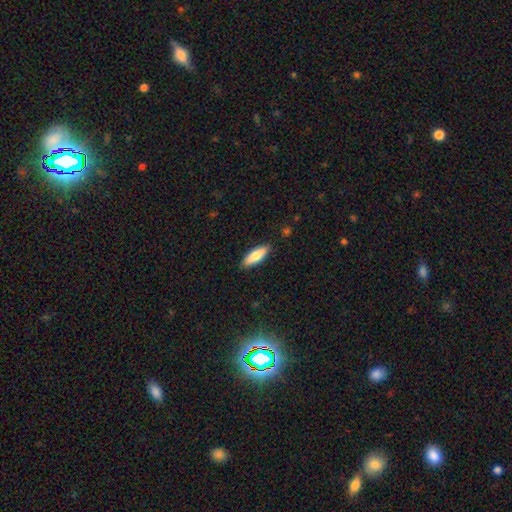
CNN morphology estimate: A smooth galaxy with no disk features (76%) that is in between round and cigar-shaped (52%).

Vote fractions:
- Smooth or featured? smooth: 76% / featured or disk: 18% / star or artifact: 6%
- How rounded? in between: 52% / cigar-shaped: 46% / round: 2%
- Merging? none: 89% / minor disturbance: 8% / major disturbance: 2% / merger: 1%